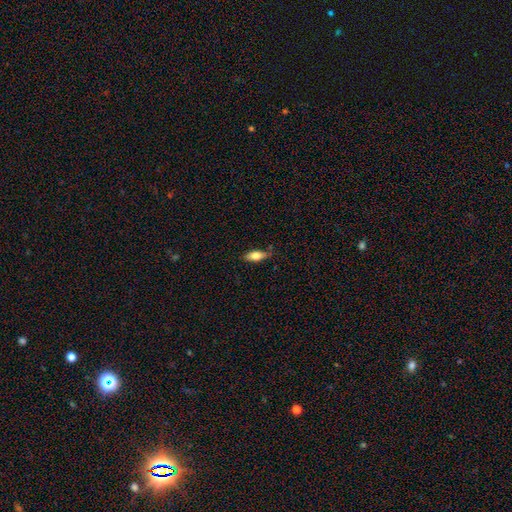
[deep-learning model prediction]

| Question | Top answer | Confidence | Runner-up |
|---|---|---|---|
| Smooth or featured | smooth | 75% | featured or disk (18%) |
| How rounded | in between | 79% | cigar-shaped (18%) |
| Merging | none | 74% | minor disturbance (20%) |